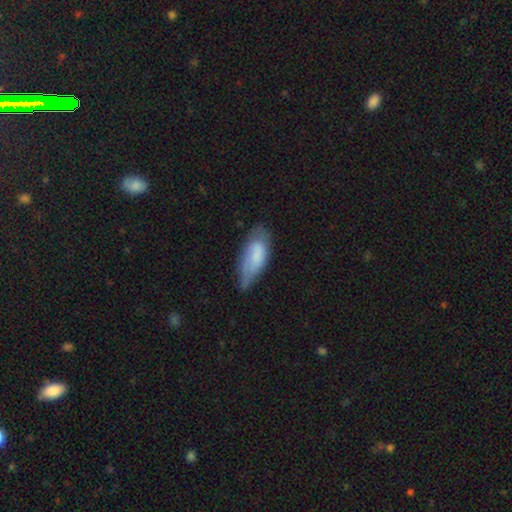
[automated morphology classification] Smooth or featured?
  - smooth: 69% *
  - featured or disk: 25%
  - star or artifact: 7%
How rounded?
  - in between: 79% *
  - cigar-shaped: 19%
  - round: 2%
Merging?
  - none: 44% *
  - minor disturbance: 40%
  - major disturbance: 13%
  - merger: 2%